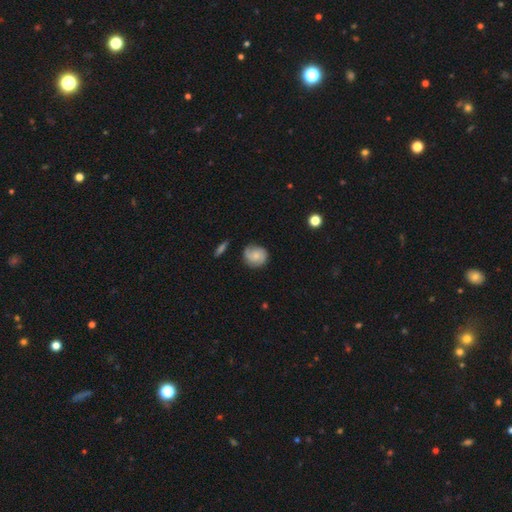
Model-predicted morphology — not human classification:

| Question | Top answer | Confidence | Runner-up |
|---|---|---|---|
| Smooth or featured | smooth | 55% | featured or disk (37%) |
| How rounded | round | 79% | in between (20%) |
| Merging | none | 71% | minor disturbance (22%) |